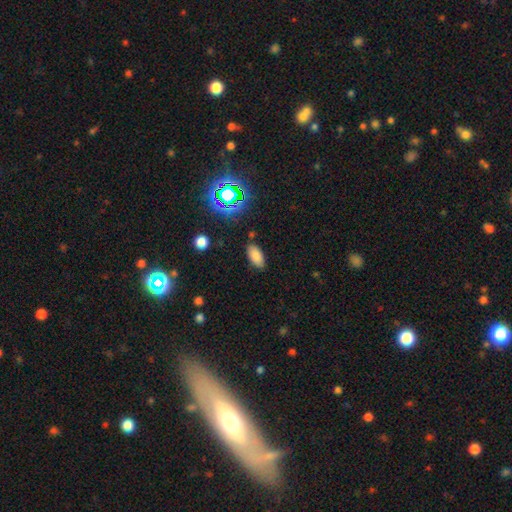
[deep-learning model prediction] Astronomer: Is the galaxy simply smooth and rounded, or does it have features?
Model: smooth — 80%.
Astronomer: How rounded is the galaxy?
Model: in between — 91%.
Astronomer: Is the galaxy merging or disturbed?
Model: none — 84%.